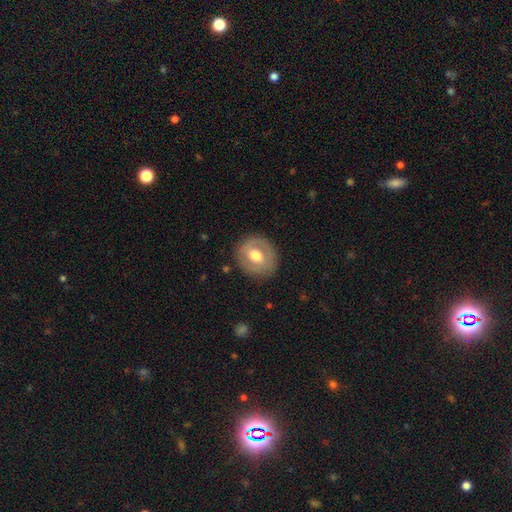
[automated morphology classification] Smooth or featured?
  - smooth: 50% *
  - featured or disk: 44%
  - star or artifact: 6%
Merging?
  - none: 83% *
  - minor disturbance: 12%
  - major disturbance: 4%
  - merger: 1%